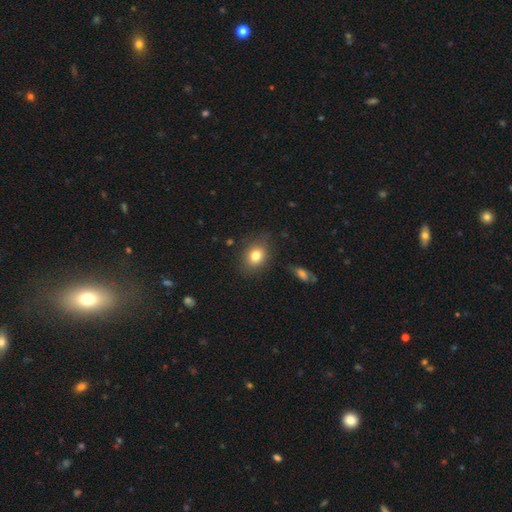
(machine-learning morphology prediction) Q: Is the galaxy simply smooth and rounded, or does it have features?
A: smooth — 80%.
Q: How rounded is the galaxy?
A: in between — 51%.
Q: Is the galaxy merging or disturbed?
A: none — 82%.